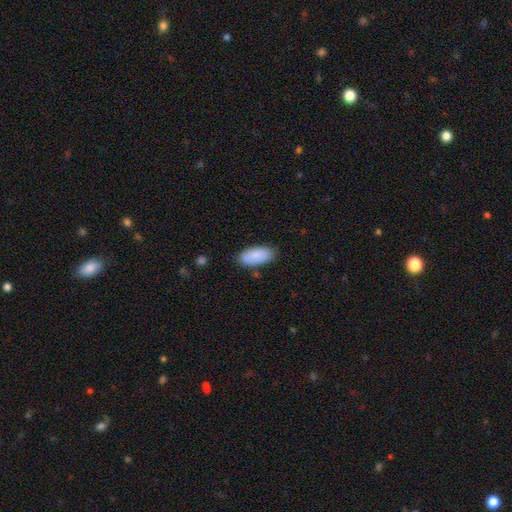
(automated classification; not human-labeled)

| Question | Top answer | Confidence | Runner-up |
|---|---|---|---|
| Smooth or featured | smooth | 87% | featured or disk (7%) |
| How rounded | in between | 92% | cigar-shaped (6%) |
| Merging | none | 80% | minor disturbance (15%) |